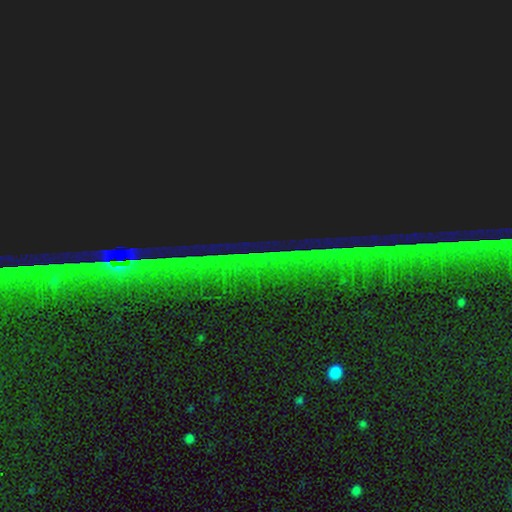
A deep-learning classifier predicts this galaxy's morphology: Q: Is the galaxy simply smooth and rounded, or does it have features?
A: star or artifact — 83%.